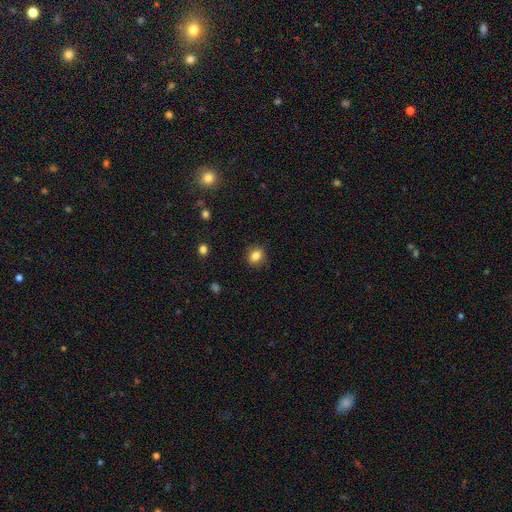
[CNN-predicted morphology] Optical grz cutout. It shows a smooth galaxy with no disk features (83%) that is round (63%). Merging: none (88%).